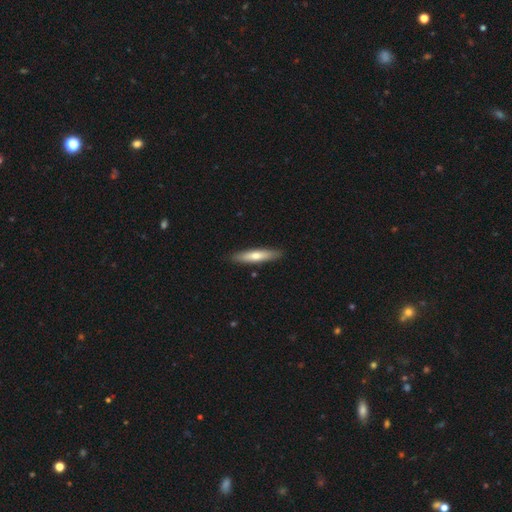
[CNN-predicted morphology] Overall: smooth (62%; featured or disk 32%). How rounded: cigar-shaped (84%). Merging: none (89%).